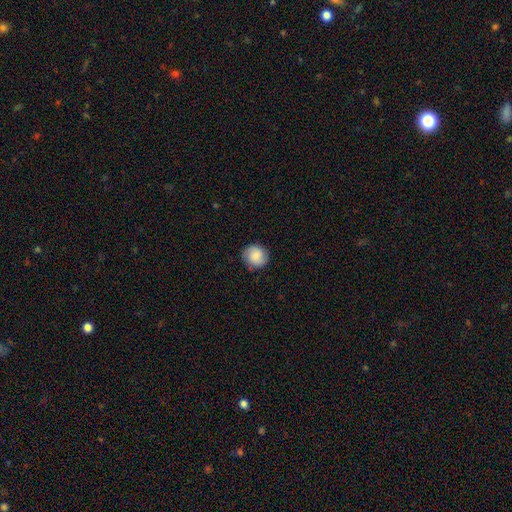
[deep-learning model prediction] Smooth or featured? smooth (77%)
How rounded? round (85%)
Merging? none (85%)